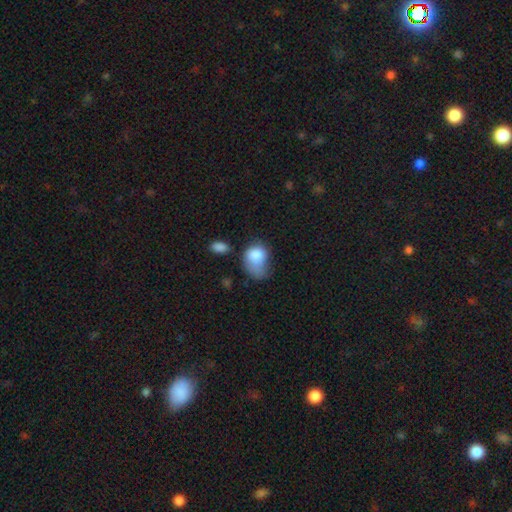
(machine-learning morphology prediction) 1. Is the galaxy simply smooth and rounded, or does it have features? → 79% smooth, 12% featured or disk, 8% star or artifact.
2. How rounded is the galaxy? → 67% in between, 32% round, 1% cigar-shaped.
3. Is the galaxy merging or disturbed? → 40% major disturbance, 31% minor disturbance, 19% none, 10% merger.